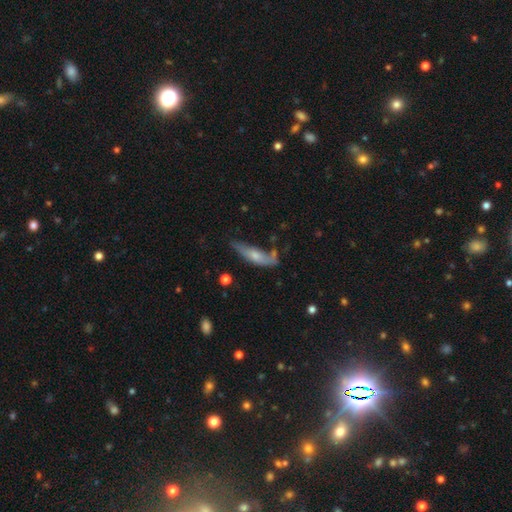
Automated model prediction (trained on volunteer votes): This is possibly a smooth galaxy (53%). How rounded: possibly cigar-shaped (58%). Merging: marginally none (42%).